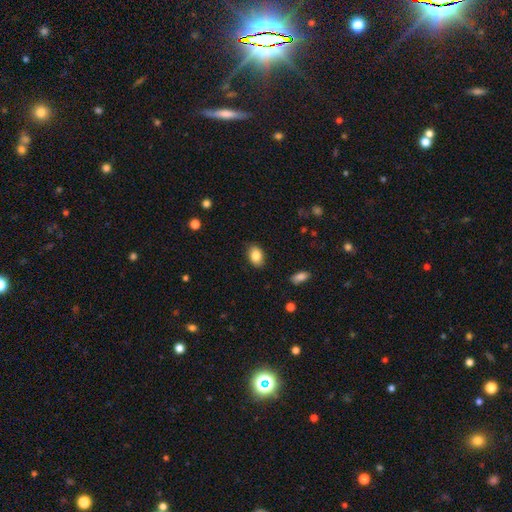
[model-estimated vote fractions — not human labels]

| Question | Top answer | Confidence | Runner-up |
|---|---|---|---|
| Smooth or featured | smooth | 85% | star or artifact (8%) |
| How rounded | in between | 82% | round (17%) |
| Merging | none | 86% | minor disturbance (10%) |